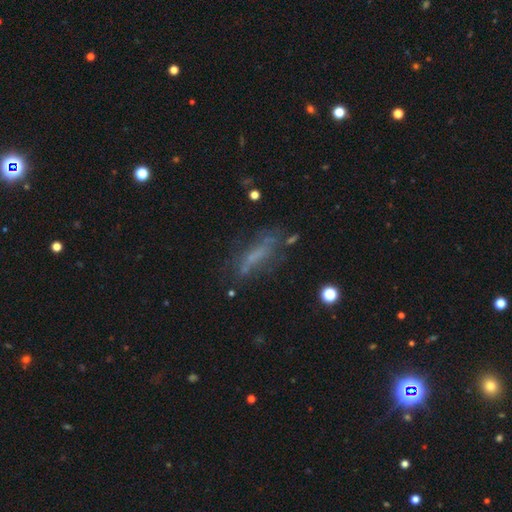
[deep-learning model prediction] featured or disk 42%, smooth 41%, star or artifact 17%. Down the decision tree: merging — none (55%).